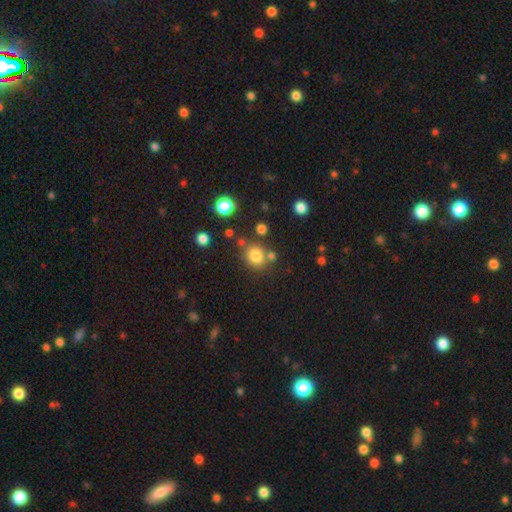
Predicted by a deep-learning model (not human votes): Smooth or featured?
  - smooth: 80% *
  - star or artifact: 13%
  - featured or disk: 7%
How rounded?
  - round: 76% *
  - in between: 23%
  - cigar-shaped: 1%
Merging?
  - none: 72% *
  - merger: 12%
  - minor disturbance: 12%
  - major disturbance: 4%